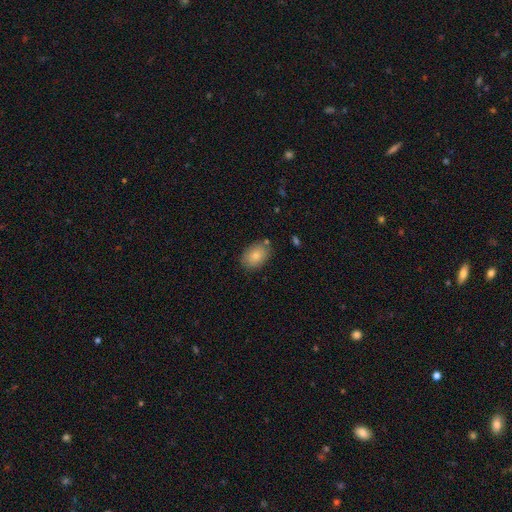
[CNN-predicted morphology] This is clearly a smooth galaxy (83%). How rounded: clearly in between (83%). Merging: clearly none (80%).